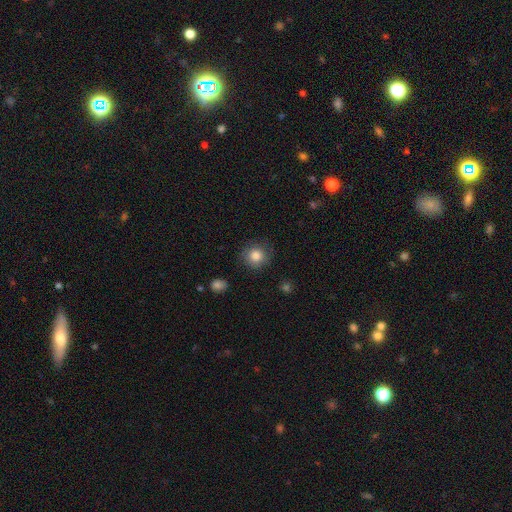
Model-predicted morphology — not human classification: smooth-or-featured: smooth: 84% | star or artifact: 9% | featured or disk: 7%
  how-rounded: round: 90% | in between: 9% | cigar-shaped: 1%
  merging: none: 84% | minor disturbance: 11% | major disturbance: 3% | merger: 1%